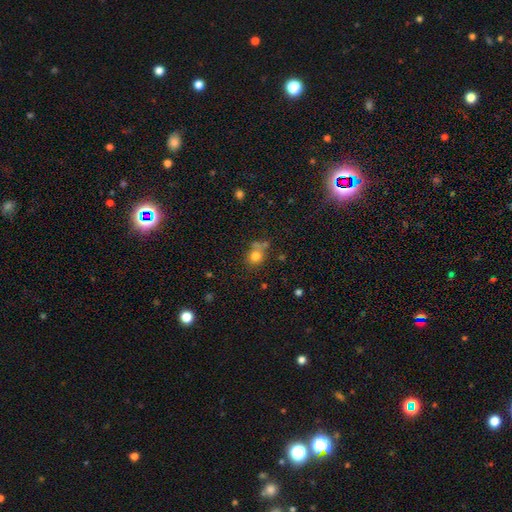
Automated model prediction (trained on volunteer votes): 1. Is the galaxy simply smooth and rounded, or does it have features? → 78% smooth, 13% star or artifact, 9% featured or disk.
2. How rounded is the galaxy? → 69% round, 29% in between, 1% cigar-shaped.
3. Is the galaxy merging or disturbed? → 53% none, 22% merger, 18% minor disturbance, 8% major disturbance.